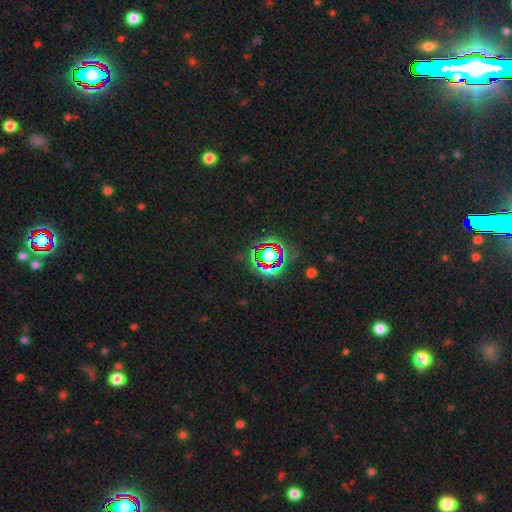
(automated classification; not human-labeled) Smooth or featured?
  - star or artifact: 80% *
  - smooth: 12%
  - featured or disk: 8%